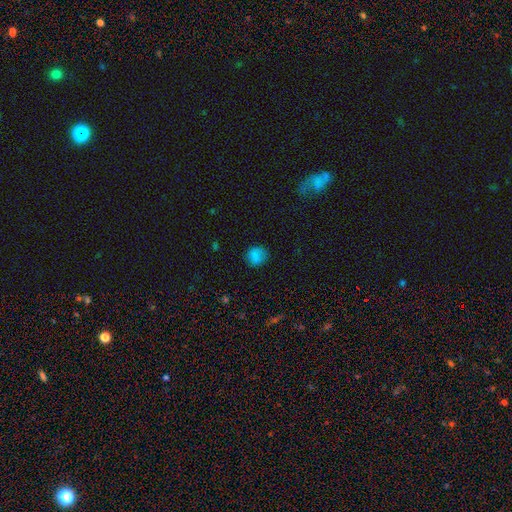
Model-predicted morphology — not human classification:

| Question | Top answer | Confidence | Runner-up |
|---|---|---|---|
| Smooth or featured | smooth | 81% | star or artifact (12%) |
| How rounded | round | 79% | in between (20%) |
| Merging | none | 81% | minor disturbance (14%) |